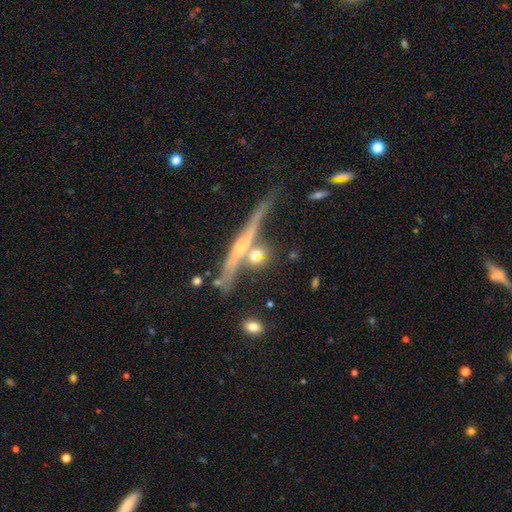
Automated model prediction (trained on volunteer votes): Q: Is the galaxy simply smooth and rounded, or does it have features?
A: featured or disk — 52%.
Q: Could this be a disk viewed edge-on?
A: yes — 83%.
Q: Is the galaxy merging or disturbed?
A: none — 61%.